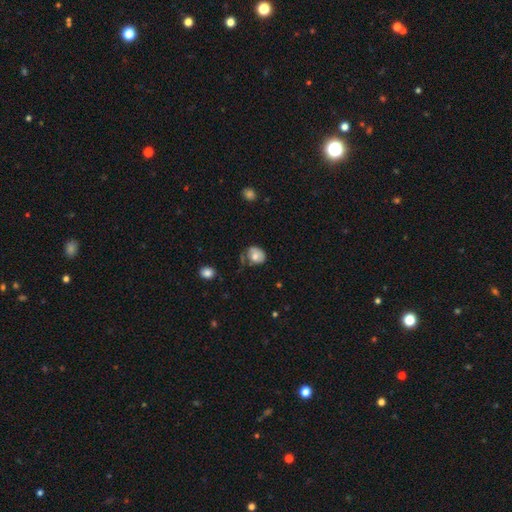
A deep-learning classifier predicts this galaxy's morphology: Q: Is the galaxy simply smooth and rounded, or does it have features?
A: smooth — 68%.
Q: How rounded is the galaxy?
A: in between — 54%.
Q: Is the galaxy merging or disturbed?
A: none — 43%.